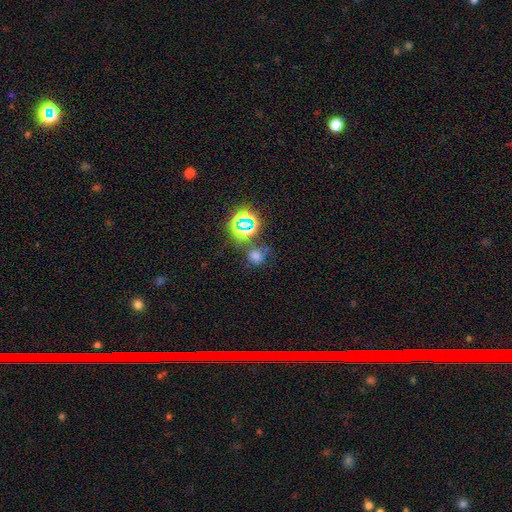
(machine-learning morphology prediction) Smooth or featured?
  - smooth: 57% *
  - star or artifact: 34%
  - featured or disk: 9%
How rounded?
  - round: 79% *
  - in between: 20%
  - cigar-shaped: 1%
Merging?
  - none: 63% *
  - minor disturbance: 16%
  - merger: 12%
  - major disturbance: 9%